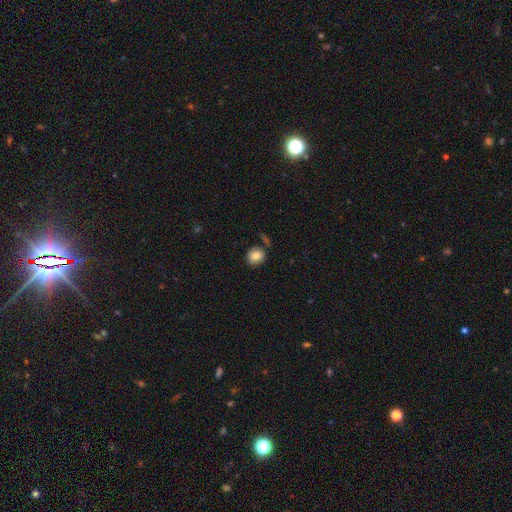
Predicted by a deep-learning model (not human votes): Smooth or featured?
  - smooth: 84% *
  - star or artifact: 9%
  - featured or disk: 8%
How rounded?
  - round: 69% *
  - in between: 30%
  - cigar-shaped: 1%
Merging?
  - none: 78% *
  - minor disturbance: 12%
  - merger: 6%
  - major disturbance: 3%